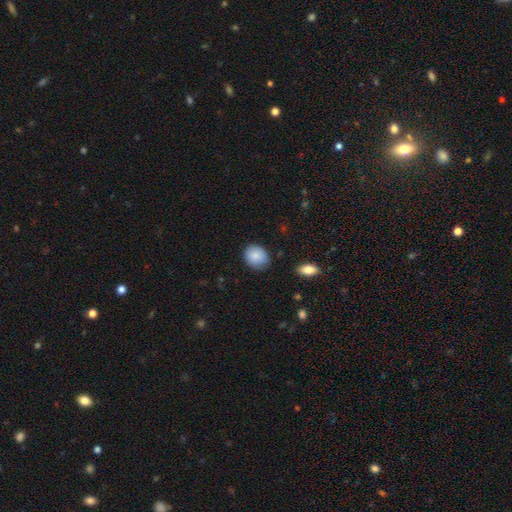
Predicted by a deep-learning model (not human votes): Smooth or featured? smooth (87%)
How rounded? round (59%)
Merging? none (75%)